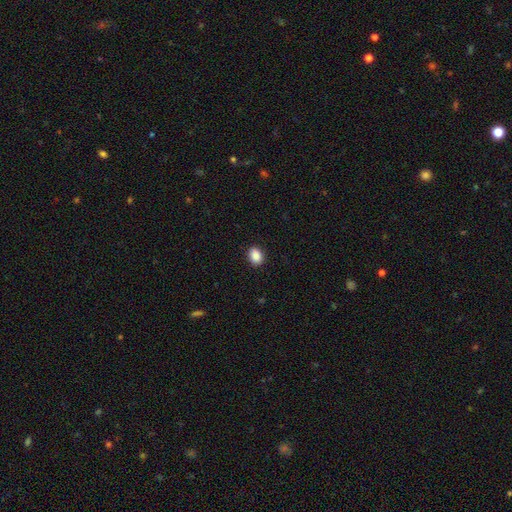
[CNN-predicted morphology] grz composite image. It shows a smooth galaxy with no disk features (89%) that is in between round and cigar-shaped (66%). Merging: none (89%).